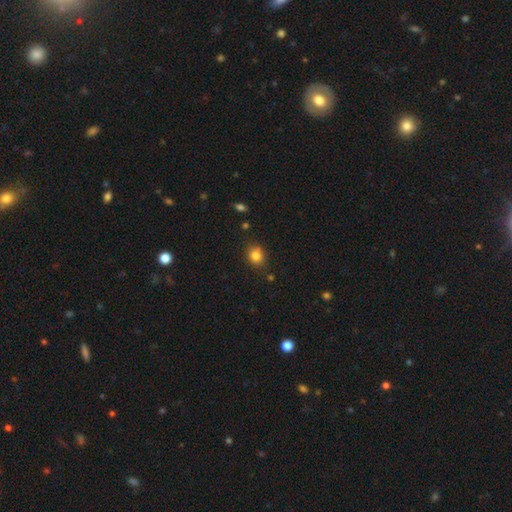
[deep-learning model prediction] This is clearly a smooth galaxy (82%). How rounded: likely round (69%). Merging: clearly none (81%).